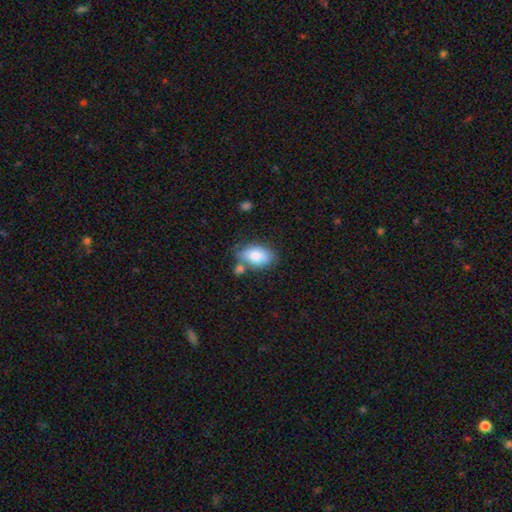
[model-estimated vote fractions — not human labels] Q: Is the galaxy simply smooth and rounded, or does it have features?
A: smooth — 79%.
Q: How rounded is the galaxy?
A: in between — 90%.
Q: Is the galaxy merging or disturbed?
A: none — 56%.